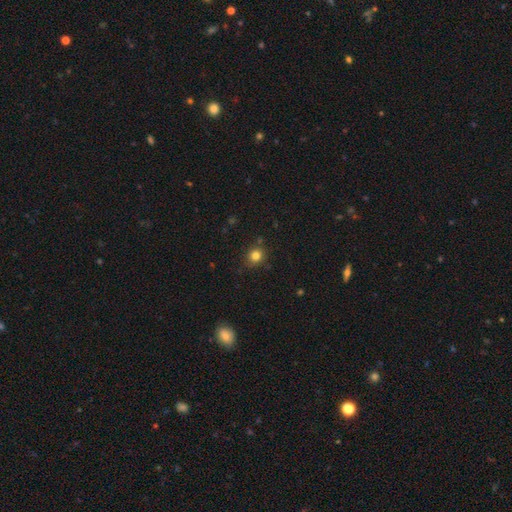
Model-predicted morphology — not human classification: smooth 82%, star or artifact 13%, featured or disk 6%. Down the decision tree: how rounded — round (83%); merging — none (83%).